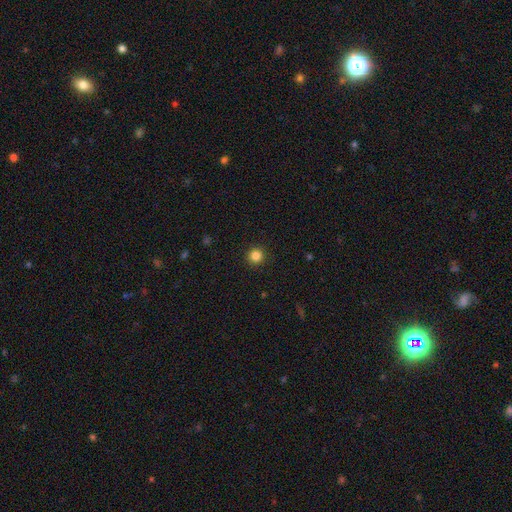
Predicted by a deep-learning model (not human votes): Smooth or featured?
  - smooth: 84% *
  - star or artifact: 12%
  - featured or disk: 4%
How rounded?
  - round: 96% *
  - in between: 3%
  - cigar-shaped: 1%
Merging?
  - none: 93% *
  - minor disturbance: 4%
  - major disturbance: 2%
  - merger: 1%